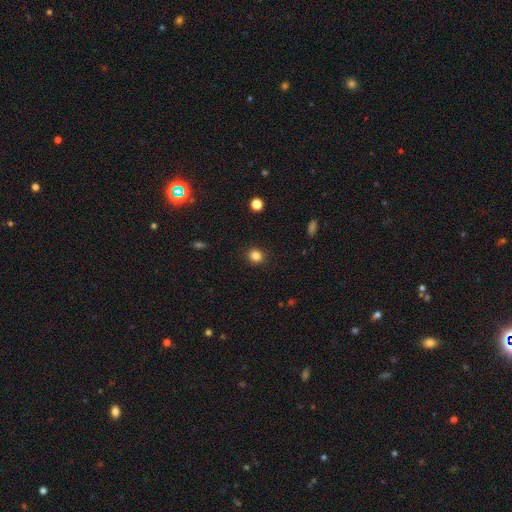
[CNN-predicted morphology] Smooth or featured? Predicted: smooth (p=0.84). How rounded? Predicted: round (p=0.79). Merging? Predicted: none (p=0.90).